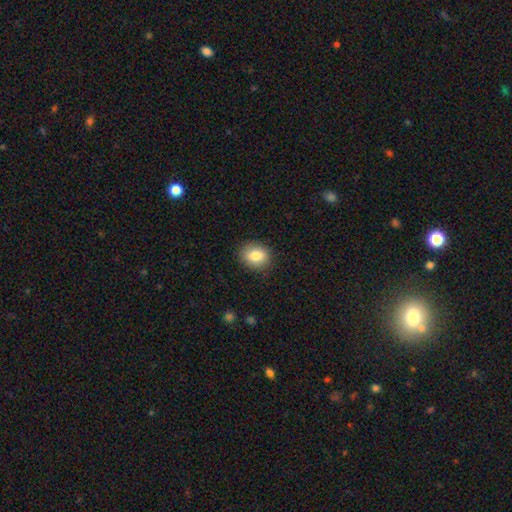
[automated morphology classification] This is clearly a smooth galaxy (83%). How rounded: possibly round (54%). Merging: clearly none (88%).